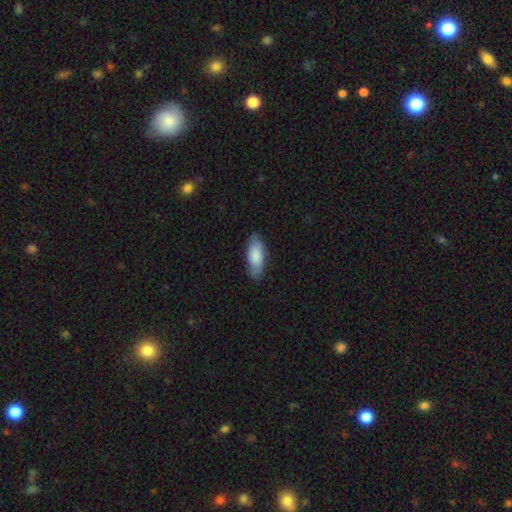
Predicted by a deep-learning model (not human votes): Smooth or featured?
  - smooth: 79% *
  - featured or disk: 15%
  - star or artifact: 6%
How rounded?
  - in between: 83% *
  - cigar-shaped: 15%
  - round: 2%
Merging?
  - none: 78% *
  - minor disturbance: 18%
  - major disturbance: 3%
  - merger: 1%